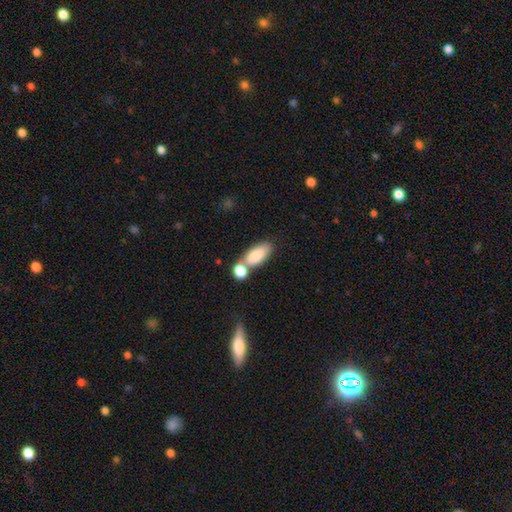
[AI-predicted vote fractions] smooth 83%, featured or disk 11%, star or artifact 7%. Down the decision tree: how rounded — in between (87%); merging — none (44%).